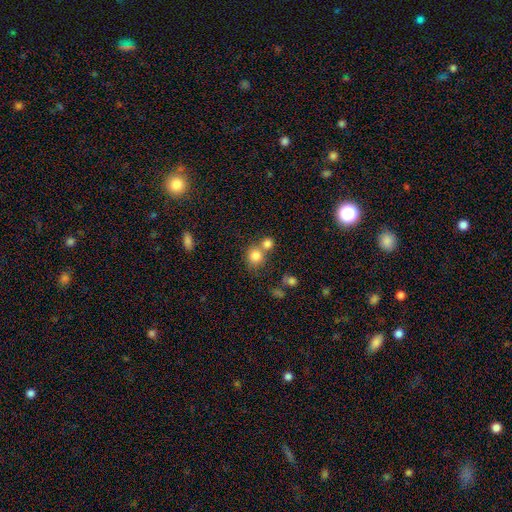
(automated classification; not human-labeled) smooth_or_featured: smooth (p=0.80) [alt: star or artifact p=0.11]
how_rounded: round (p=0.85) [alt: in between p=0.14]
merging: none (p=0.49) [alt: merger p=0.39]